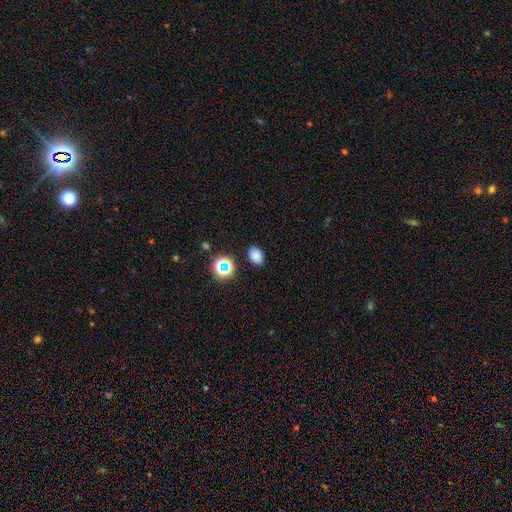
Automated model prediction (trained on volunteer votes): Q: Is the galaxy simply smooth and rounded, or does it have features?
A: smooth — 78%.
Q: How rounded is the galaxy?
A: in between — 80%.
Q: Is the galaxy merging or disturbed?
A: none — 84%.